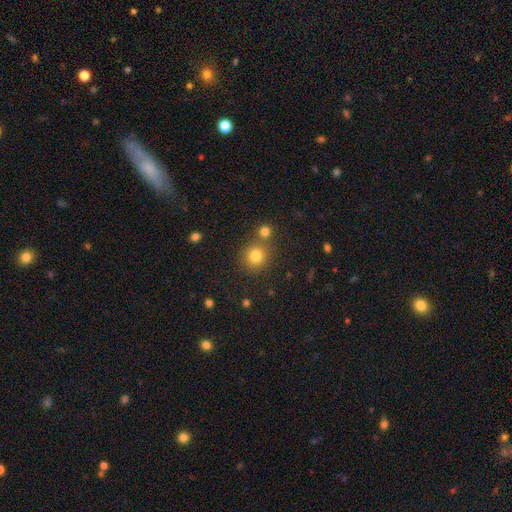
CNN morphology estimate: Q: Smooth or featured?
A: smooth (80%); runner-up: star or artifact (14%)
Q: How rounded?
A: round (89%); runner-up: in between (10%)
Q: Merging?
A: none (72%); runner-up: merger (17%)